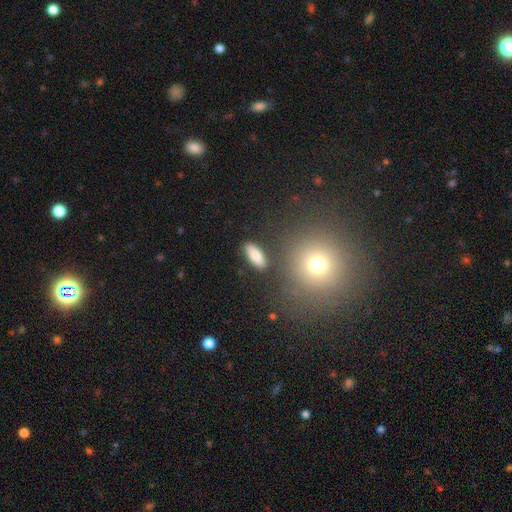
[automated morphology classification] Smooth or featured? smooth (81%)
How rounded? in between (69%)
Merging? none (83%)